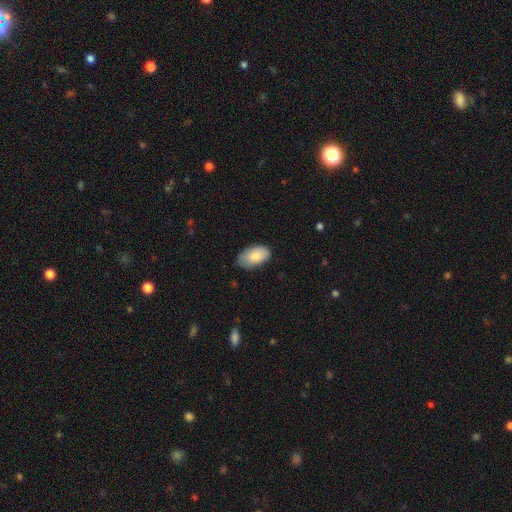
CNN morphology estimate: Smooth or featured?
  - smooth: 84% *
  - featured or disk: 10%
  - star or artifact: 6%
How rounded?
  - in between: 94% *
  - round: 4%
  - cigar-shaped: 1%
Merging?
  - none: 71% *
  - minor disturbance: 24%
  - major disturbance: 4%
  - merger: 1%